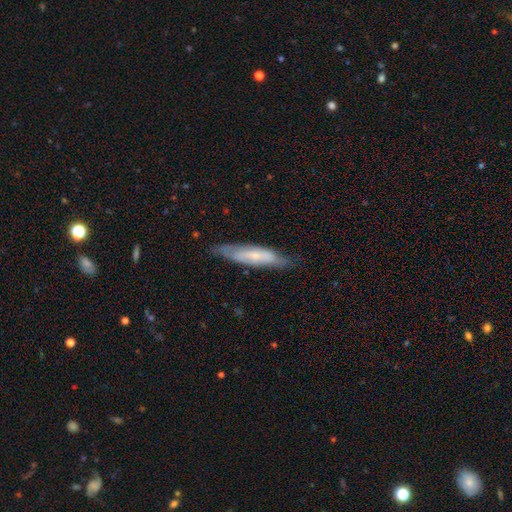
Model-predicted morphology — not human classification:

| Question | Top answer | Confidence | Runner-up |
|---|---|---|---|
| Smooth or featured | featured or disk | 53% | smooth (41%) |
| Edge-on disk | yes | 51% | no (49%) |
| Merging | none | 75% | minor disturbance (19%) |